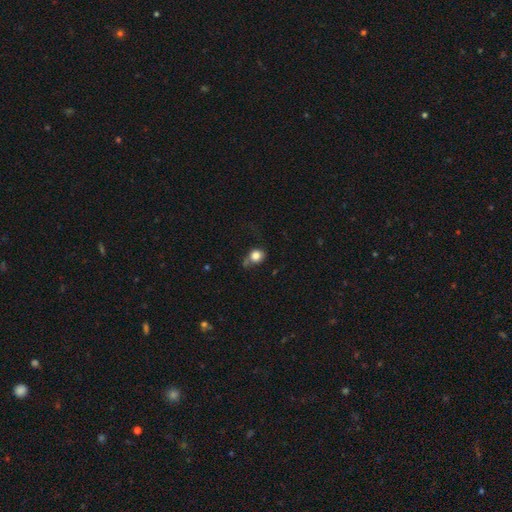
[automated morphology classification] type=smooth (81%); roundness=round (75%); merging=none (51%).